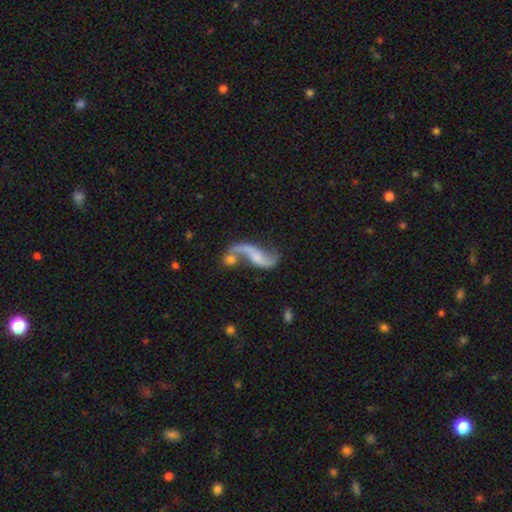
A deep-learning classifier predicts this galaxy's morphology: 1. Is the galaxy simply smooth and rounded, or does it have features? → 80% featured or disk, 13% smooth, 7% star or artifact.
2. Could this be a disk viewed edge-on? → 94% no, 6% yes.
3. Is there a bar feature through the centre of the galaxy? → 51% no, 35% weak, 14% strong.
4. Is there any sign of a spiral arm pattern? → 90% yes, 10% no.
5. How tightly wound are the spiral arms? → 91% loose, 7% medium, 2% tight.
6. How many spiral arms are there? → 85% 2, 10% 1, 2% can't tell, 1% 3, 1% 4, 1% more than 4.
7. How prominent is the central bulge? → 38% none, 36% small, 21% moderate, 4% large, 2% dominant.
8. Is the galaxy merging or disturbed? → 38% none, 33% merger, 15% minor disturbance, 14% major disturbance.